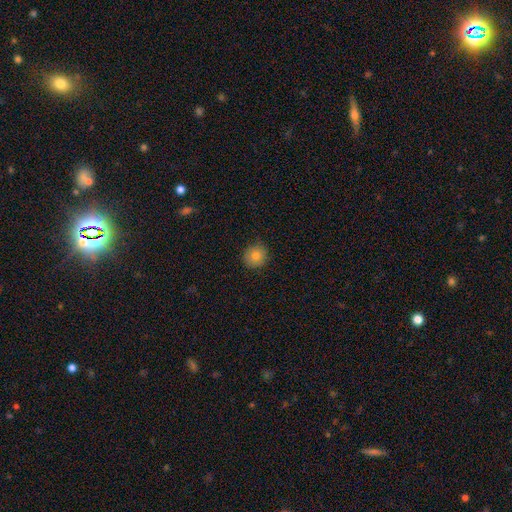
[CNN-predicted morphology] Smooth or featured?
  - smooth: 80% *
  - star or artifact: 10%
  - featured or disk: 10%
How rounded?
  - round: 91% *
  - in between: 8%
  - cigar-shaped: 1%
Merging?
  - none: 87% *
  - minor disturbance: 10%
  - major disturbance: 2%
  - merger: 1%